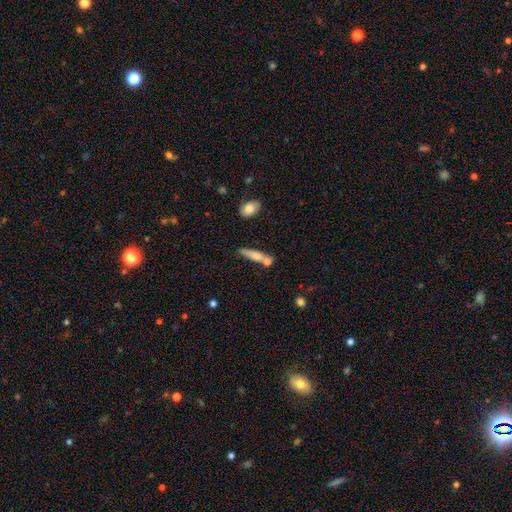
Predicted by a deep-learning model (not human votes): The model was most divided on "merging": none: 55%, merger: 24%, minor disturbance: 15%, major disturbance: 5%. More confident: how rounded — cigar-shaped (78%); smooth or featured — smooth (67%).